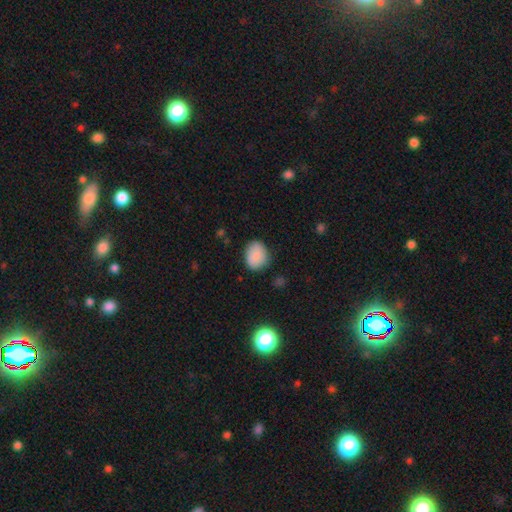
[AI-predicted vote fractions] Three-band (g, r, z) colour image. It shows a smooth galaxy with no disk features (87%) that is in between round and cigar-shaped (51%). Merging: none (81%).